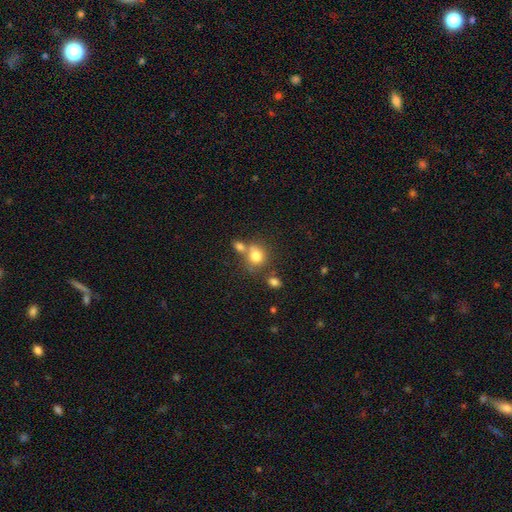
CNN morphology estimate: A smooth galaxy with no disk features (77%) that is round (73%).

Vote fractions:
- Smooth or featured? smooth: 77% / star or artifact: 12% / featured or disk: 11%
- How rounded? round: 73% / in between: 26% / cigar-shaped: 1%
- Merging? none: 48% / merger: 35% / minor disturbance: 12% / major disturbance: 5%